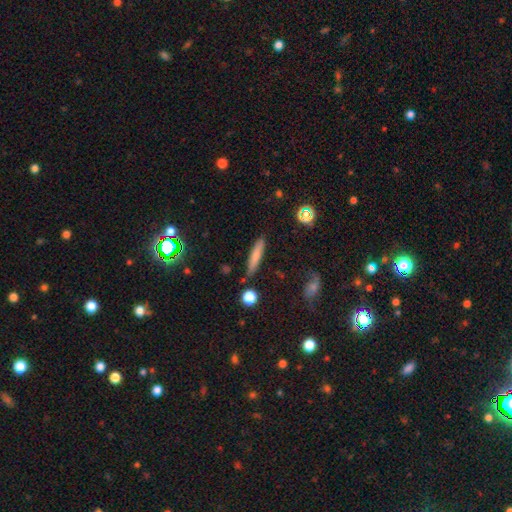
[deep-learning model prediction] Smooth or featured: smooth — 74% (featured or disk — 18%)
How rounded: cigar-shaped — 87% (in between — 11%)
Merging: none — 84% (minor disturbance — 11%)